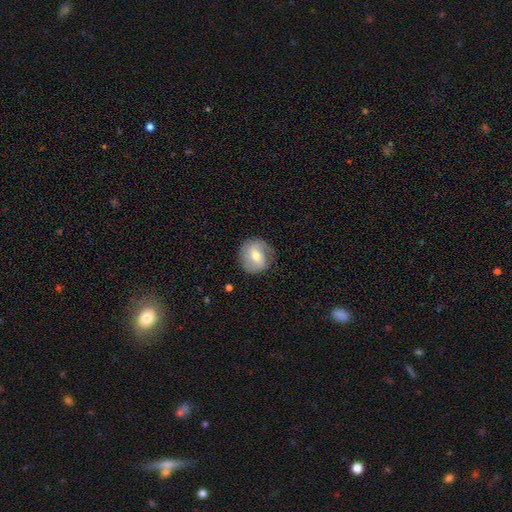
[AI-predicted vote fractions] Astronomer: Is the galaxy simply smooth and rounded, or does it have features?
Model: featured or disk — 55% (runner-up: smooth, 38%).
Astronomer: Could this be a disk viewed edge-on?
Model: no — 96%.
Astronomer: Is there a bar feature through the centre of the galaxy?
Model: weak — 46% (runner-up: no, 36%).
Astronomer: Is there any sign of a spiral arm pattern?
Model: yes — 80%.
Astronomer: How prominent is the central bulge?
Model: moderate — 63%.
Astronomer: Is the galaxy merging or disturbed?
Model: none — 76%.